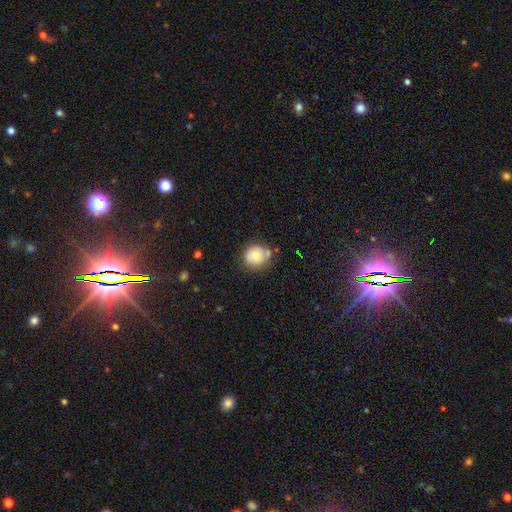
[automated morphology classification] The model was most divided on "merging": none: 67%, minor disturbance: 20%, merger: 8%, major disturbance: 5%. More confident: how rounded — round (83%); smooth or featured — smooth (78%).